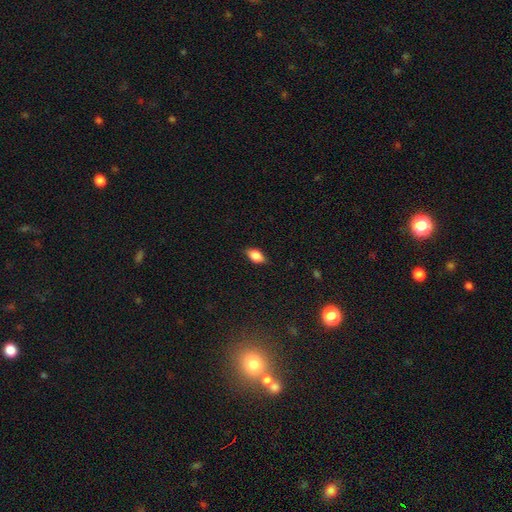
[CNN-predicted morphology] Overall: smooth (82%). How rounded: in between (88%). Merging: none (82%).